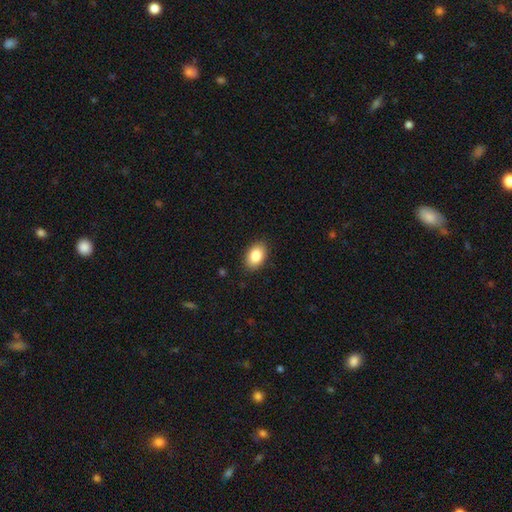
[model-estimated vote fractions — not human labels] The model was most divided on "how rounded": in between: 87%, round: 12%, cigar-shaped: 1%. More confident: merging — none (88%); smooth or featured — smooth (86%).